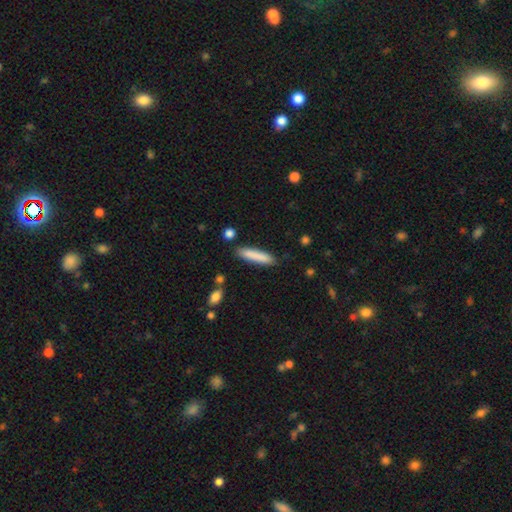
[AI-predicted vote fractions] A smooth galaxy with no disk features (85%) that is cigar-shaped (86%). Merging: none (86%).